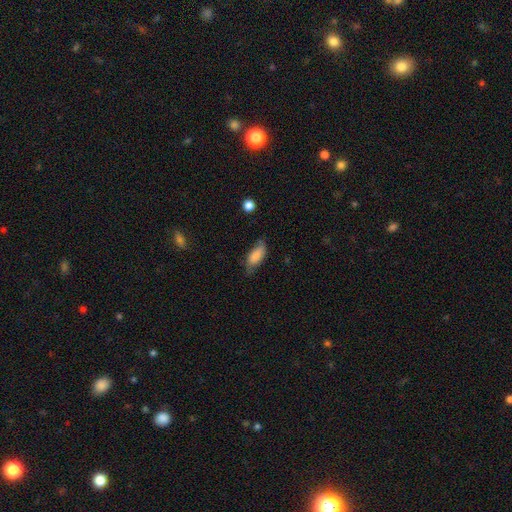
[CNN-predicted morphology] Q: Smooth or featured?
A: smooth (78%); runner-up: featured or disk (15%)
Q: How rounded?
A: in between (86%); runner-up: cigar-shaped (12%)
Q: Merging?
A: none (58%); runner-up: minor disturbance (32%)